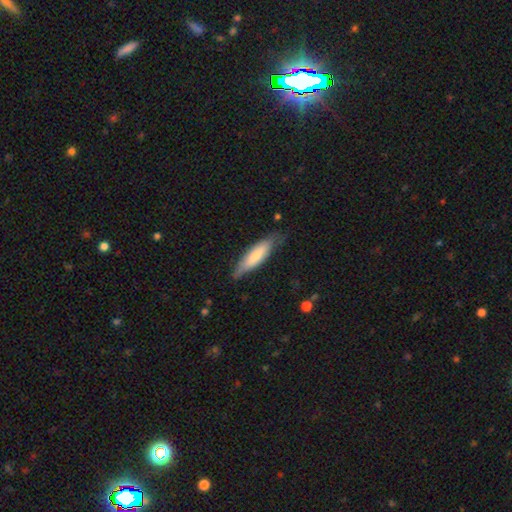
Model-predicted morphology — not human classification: The model was most divided on "how rounded": cigar-shaped: 65%, in between: 33%, round: 1%. More confident: merging — none (71%); smooth or featured — smooth (68%).